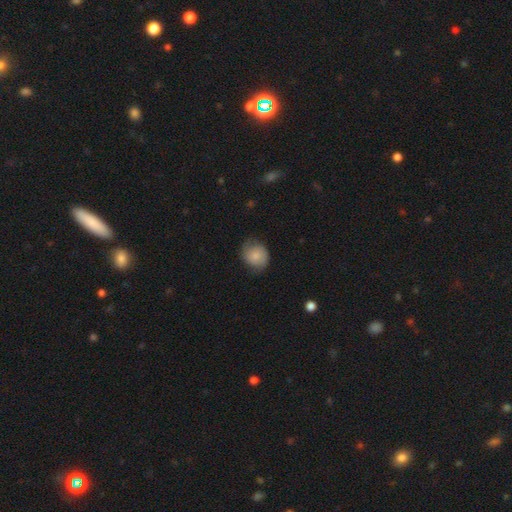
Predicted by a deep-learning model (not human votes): smooth 73%, featured or disk 20%, star or artifact 7%. Down the decision tree: how rounded — round (73%); merging — none (66%).